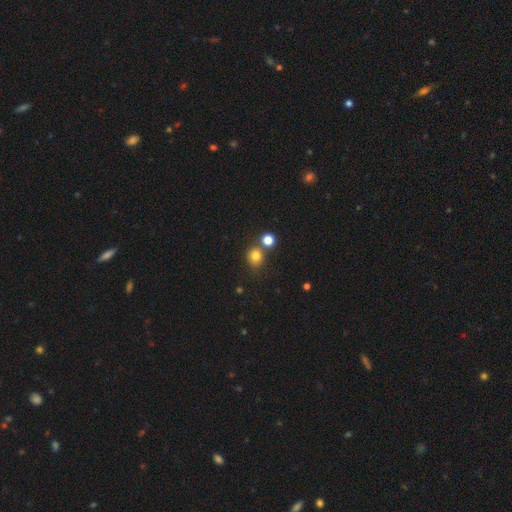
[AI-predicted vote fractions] Morphology: type=smooth (80%); roundness=round (78%); merging=none (66%).